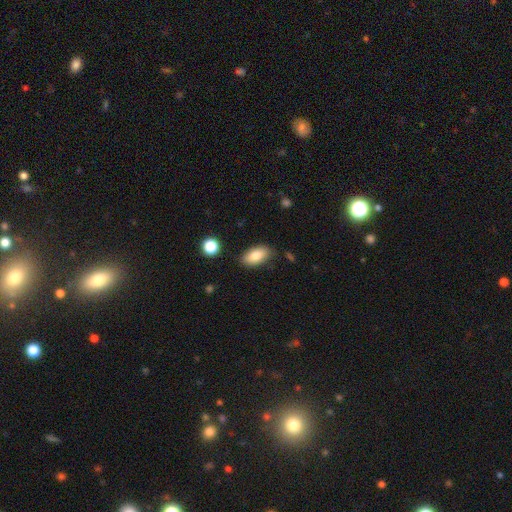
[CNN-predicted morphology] Overall: smooth (82%). How rounded: in between (91%). Merging: none (82%).